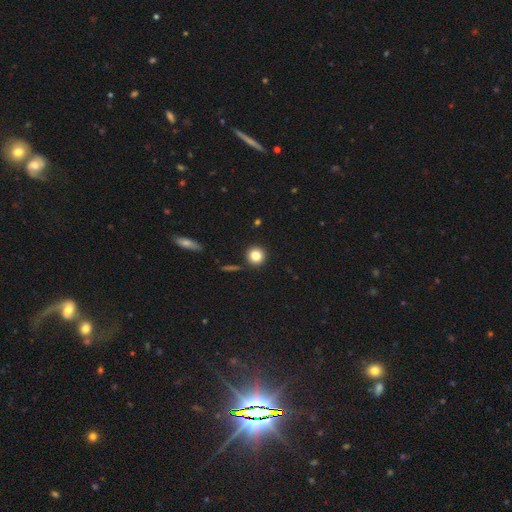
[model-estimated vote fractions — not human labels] A smooth galaxy with no disk features (82%) that is round (94%). Merging: none (90%).